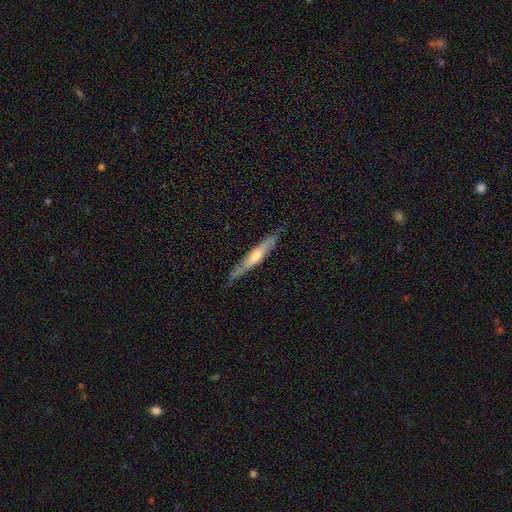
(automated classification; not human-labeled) smooth-or-featured: featured or disk: 58% | smooth: 36% | star or artifact: 5%
  disk-edge-on: yes: 87% | no: 13%
    edge-on-bulge: rounded: 60% | none: 28% | boxy: 12%
  merging: none: 79% | minor disturbance: 16% | major disturbance: 3% | merger: 1%